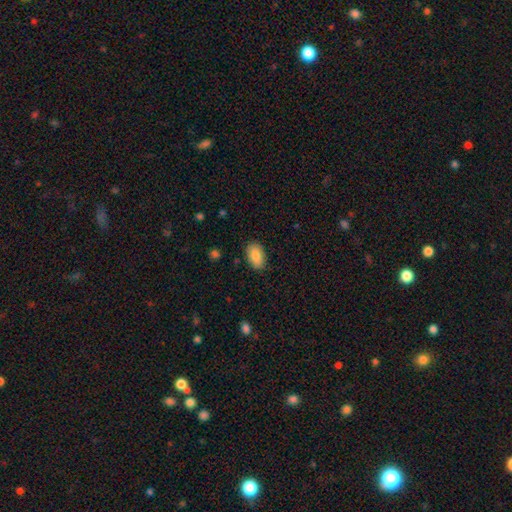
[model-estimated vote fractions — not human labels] smooth_or_featured: smooth (p=0.86) [alt: star or artifact p=0.07]
how_rounded: in between (p=0.93) [alt: round p=0.06]
merging: none (p=0.86) [alt: minor disturbance p=0.11]